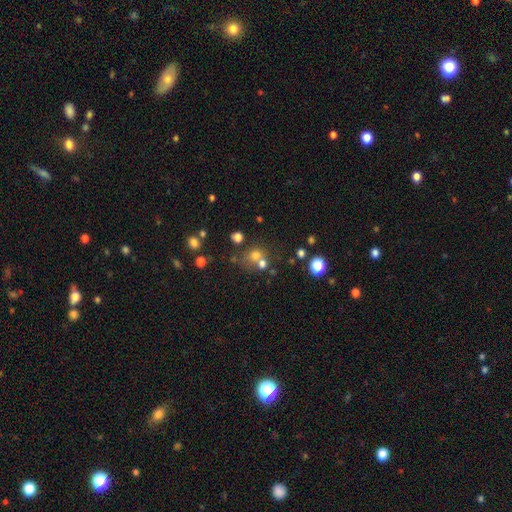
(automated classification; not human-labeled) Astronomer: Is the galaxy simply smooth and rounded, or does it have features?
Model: smooth — 66%.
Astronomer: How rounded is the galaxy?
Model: round — 78%.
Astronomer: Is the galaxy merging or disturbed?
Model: none — 47% (runner-up: merger, 38%).